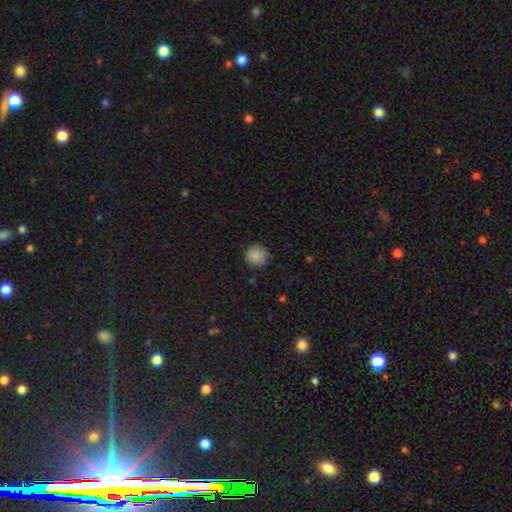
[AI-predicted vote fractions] smooth-or-featured: smooth: 87% | star or artifact: 9% | featured or disk: 4%
  how-rounded: round: 90% | in between: 9% | cigar-shaped: 1%
  merging: none: 89% | minor disturbance: 8% | major disturbance: 2% | merger: 1%